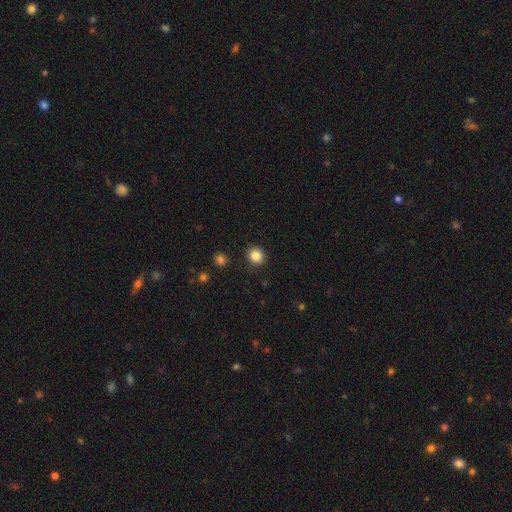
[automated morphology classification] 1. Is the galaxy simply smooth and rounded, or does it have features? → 85% smooth, 10% star or artifact, 4% featured or disk.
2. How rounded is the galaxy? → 87% round, 13% in between, 1% cigar-shaped.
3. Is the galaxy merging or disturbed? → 91% none, 6% minor disturbance, 2% major disturbance, 1% merger.